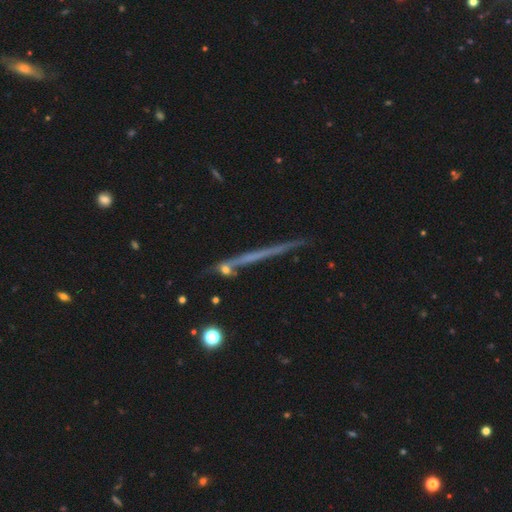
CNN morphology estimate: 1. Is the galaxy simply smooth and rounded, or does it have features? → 56% featured or disk, 33% smooth, 11% star or artifact.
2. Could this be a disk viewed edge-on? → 96% yes, 4% no.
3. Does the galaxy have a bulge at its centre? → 92% none, 5% rounded, 3% boxy.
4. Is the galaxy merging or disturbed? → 81% none, 11% minor disturbance, 5% merger, 3% major disturbance.